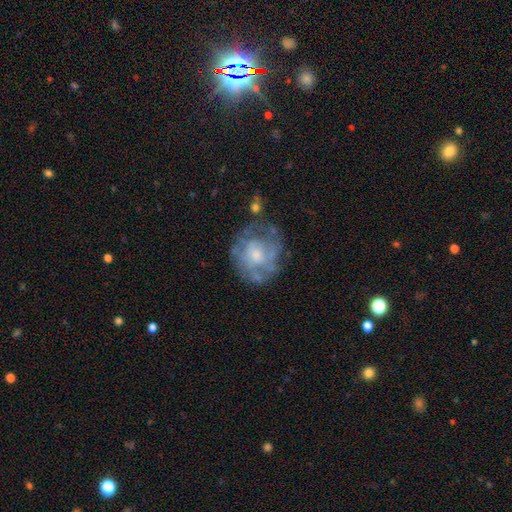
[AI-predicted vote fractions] Smooth or featured? featured or disk (64%)
Edge-on disk? no (97%)
Bar? no (78%)
Spiral arms? no (51%)
Bulge size? small (49%)
Merging? none (54%)